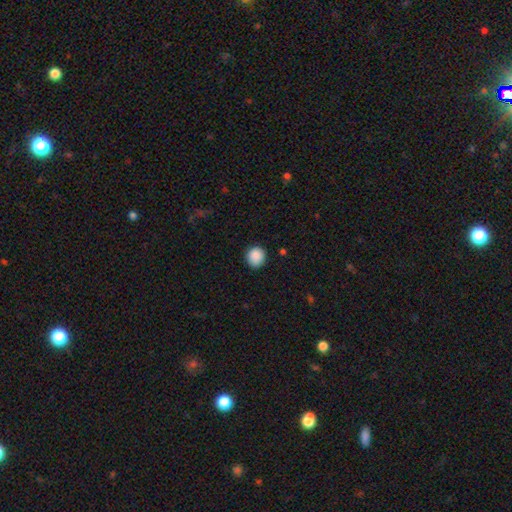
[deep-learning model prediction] Overall: smooth (89%). How rounded: round (89%). Merging: none (88%).